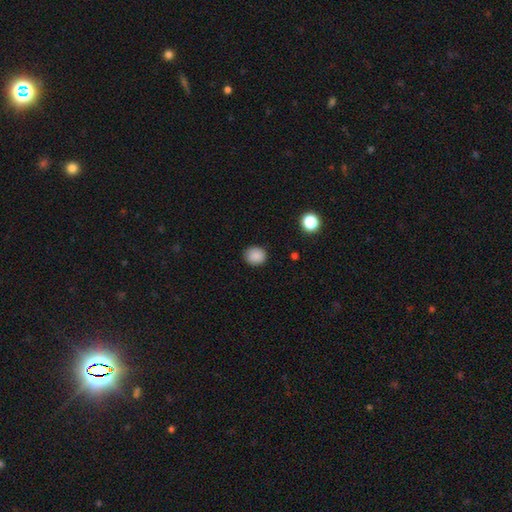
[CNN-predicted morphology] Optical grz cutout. It shows a smooth galaxy with no disk features (88%) that is round (84%). Merging: none (89%).